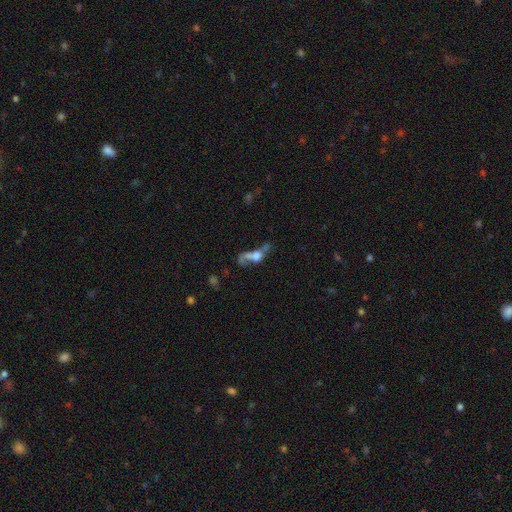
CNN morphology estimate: smooth_or_featured: featured or disk (p=0.42) [tied with: smooth p=0.42]
merging: merger (p=0.42) [alt: major disturbance p=0.29]